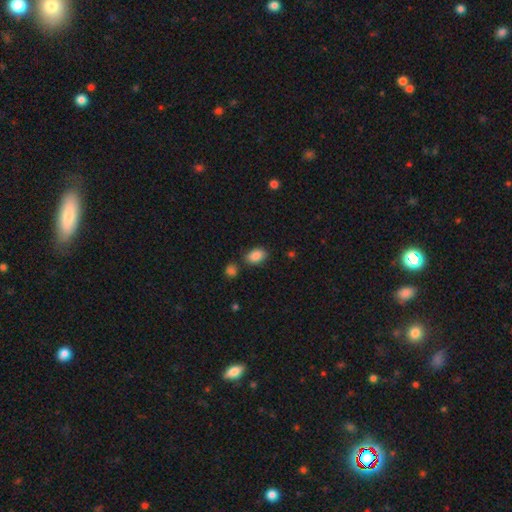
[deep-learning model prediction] Smooth or featured? smooth (87%)
How rounded? in between (86%)
Merging? none (75%)